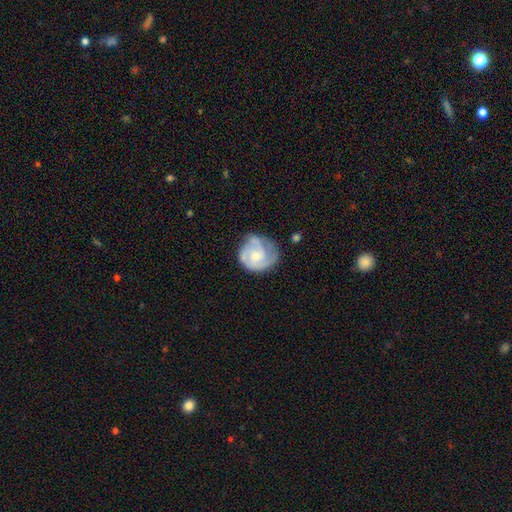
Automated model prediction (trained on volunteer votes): This is likely a featured or disk galaxy (73%). It is clearly not viewed edge-on (98%). Bar: likely no (73%). Spiral arm pattern: clearly yes (89%). Spiral arm count: marginally 2 (38%). Spiral winding: possibly tight (54%). Central bulge: possibly moderate (47%). Merging: possibly none (57%).